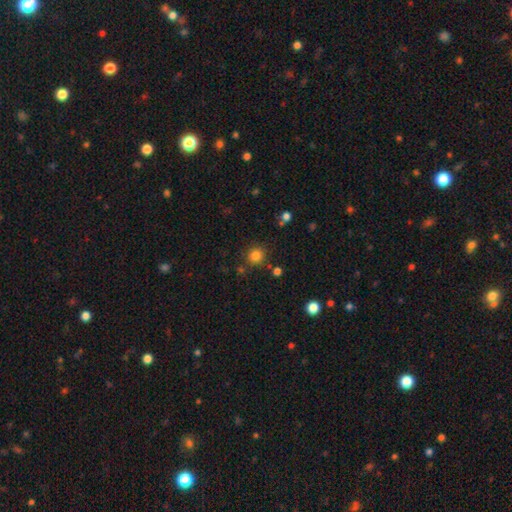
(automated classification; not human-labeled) A smooth galaxy with no disk features (82%) that is round (92%).

Vote fractions:
- Smooth or featured? smooth: 82% / star or artifact: 13% / featured or disk: 5%
- How rounded? round: 92% / in between: 7% / cigar-shaped: 1%
- Merging? none: 83% / minor disturbance: 8% / merger: 5% / major disturbance: 3%